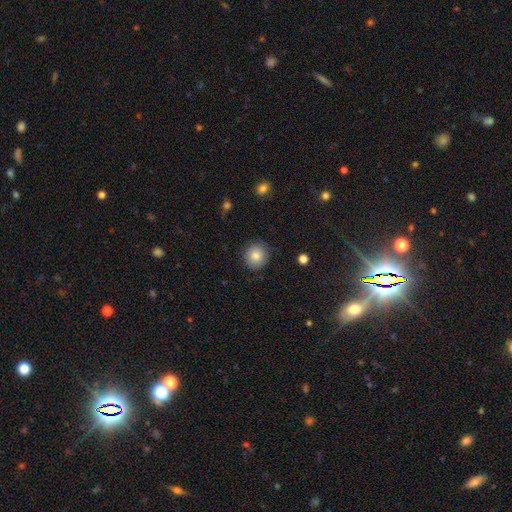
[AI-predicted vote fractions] Smooth or featured? smooth (82%)
How rounded? round (88%)
Merging? none (87%)